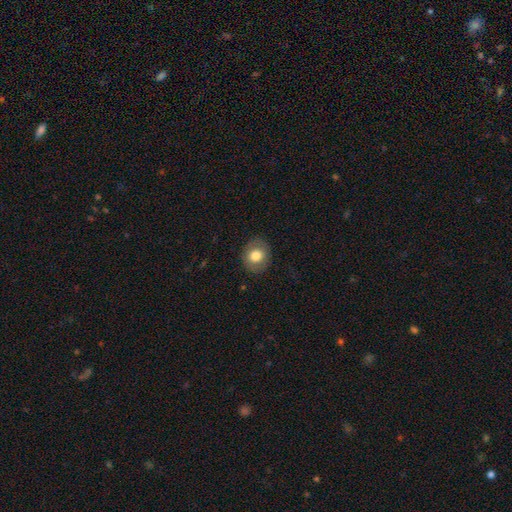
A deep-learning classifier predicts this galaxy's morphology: smooth 77%, featured or disk 14%, star or artifact 8%. Down the decision tree: how rounded — round (71%); merging — none (87%).